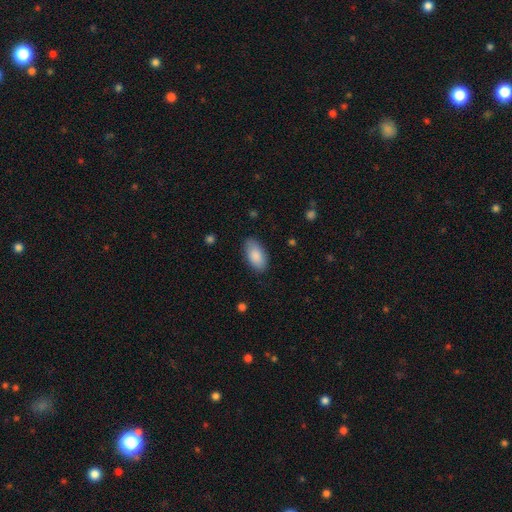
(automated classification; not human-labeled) Smooth or featured? smooth (88%)
How rounded? in between (94%)
Merging? none (83%)